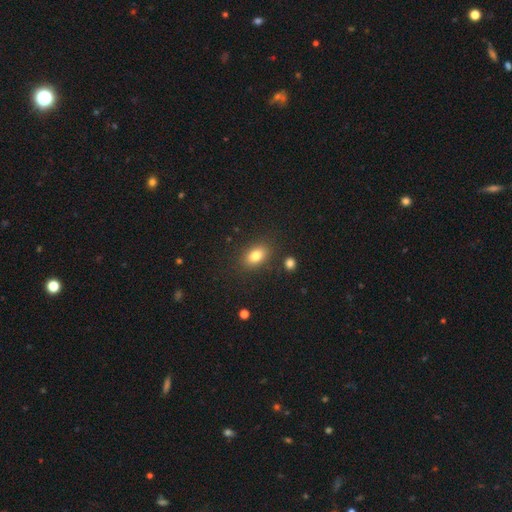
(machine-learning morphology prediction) smooth 81%, star or artifact 10%, featured or disk 9%. Down the decision tree: how rounded — in between (81%); merging — none (84%).